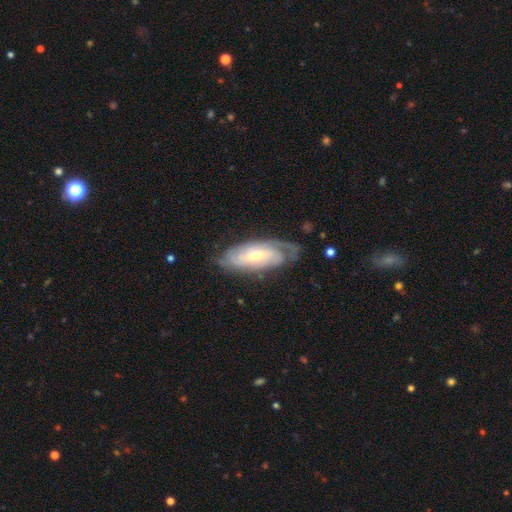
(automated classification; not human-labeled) Smooth or featured: featured or disk — 76% (smooth — 18%)
Edge-on disk: no — 89% (yes — 11%)
Bar: no — 53% (weak — 36%)
Spiral arms: yes — 91% (no — 9%)
Spiral winding: tight — 63% (medium — 28%)
Spiral arm count: can't tell — 40% (2 — 35%)
Bulge size: moderate — 61% (small — 32%)
Merging: none — 65% (minor disturbance — 23%)